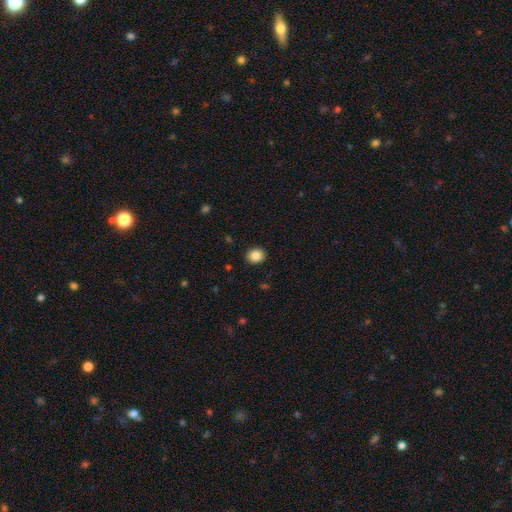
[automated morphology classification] This appears to be a smooth galaxy with no disk features (86%) that is round (75%). Merging: none (91%).